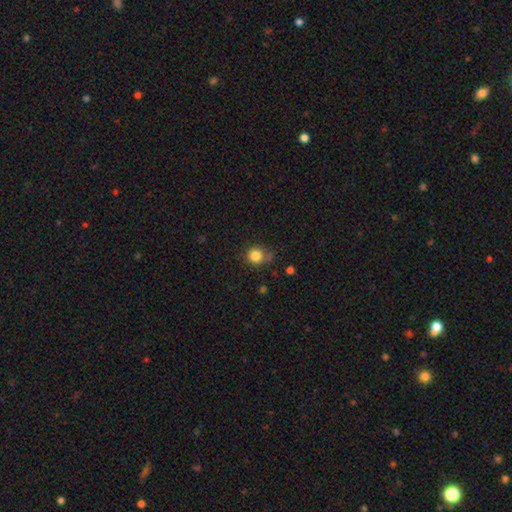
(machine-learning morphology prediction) This appears to be a smooth galaxy with no disk features (84%) that is round (89%). Merging: none (71%).